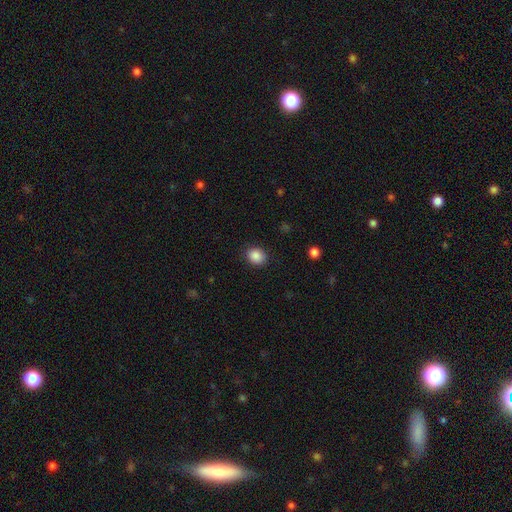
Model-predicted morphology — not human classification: This is clearly a smooth galaxy (88%). How rounded: likely round (61%). Merging: clearly none (88%).